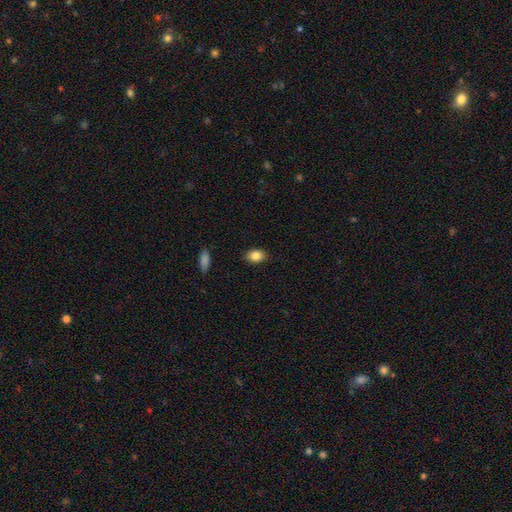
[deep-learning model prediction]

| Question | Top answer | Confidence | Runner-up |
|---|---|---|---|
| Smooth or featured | smooth | 85% | star or artifact (9%) |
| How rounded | in between | 73% | round (26%) |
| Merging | none | 87% | minor disturbance (9%) |